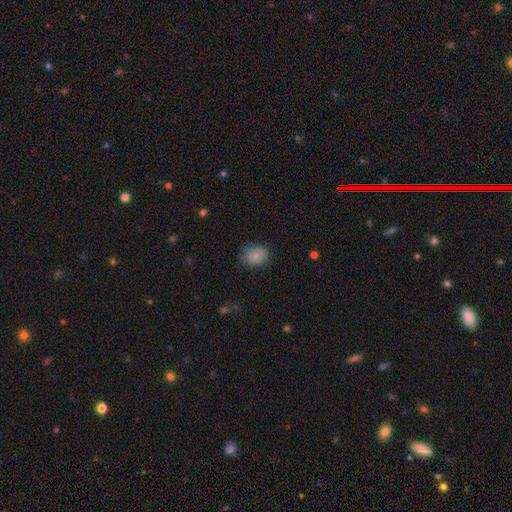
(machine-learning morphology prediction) A smooth galaxy with no disk features (84%) that is in between round and cigar-shaped (52%). Merging: none (68%).